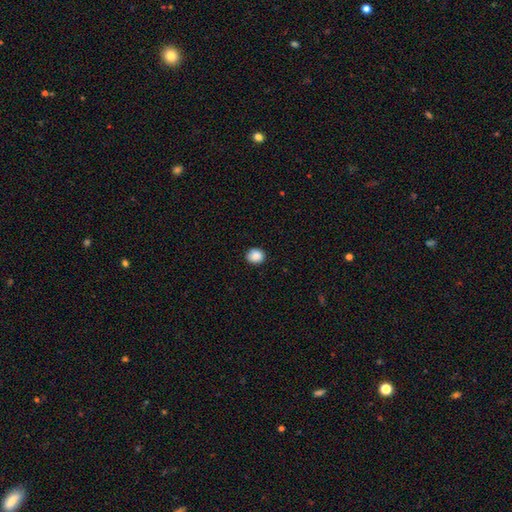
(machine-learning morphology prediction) Smooth or featured: smooth — 89% (star or artifact — 9%)
How rounded: round — 79% (in between — 20%)
Merging: none — 88% (minor disturbance — 9%)